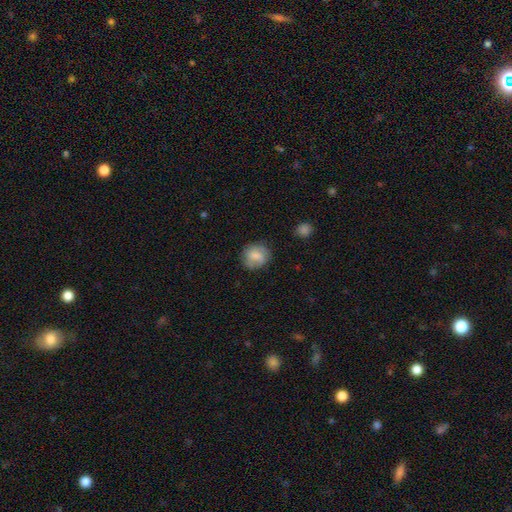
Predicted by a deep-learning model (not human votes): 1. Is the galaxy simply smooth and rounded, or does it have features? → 65% smooth, 26% featured or disk, 8% star or artifact.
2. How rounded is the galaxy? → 75% round, 24% in between, 1% cigar-shaped.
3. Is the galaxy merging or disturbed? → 73% none, 19% minor disturbance, 7% major disturbance, 2% merger.